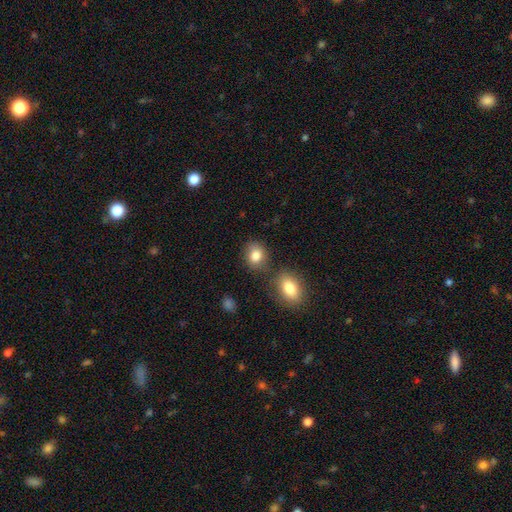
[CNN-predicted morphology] Smooth or featured?
  - smooth: 83% *
  - star or artifact: 9%
  - featured or disk: 7%
How rounded?
  - round: 55% *
  - in between: 44%
  - cigar-shaped: 1%
Merging?
  - none: 70% *
  - merger: 14%
  - minor disturbance: 13%
  - major disturbance: 4%